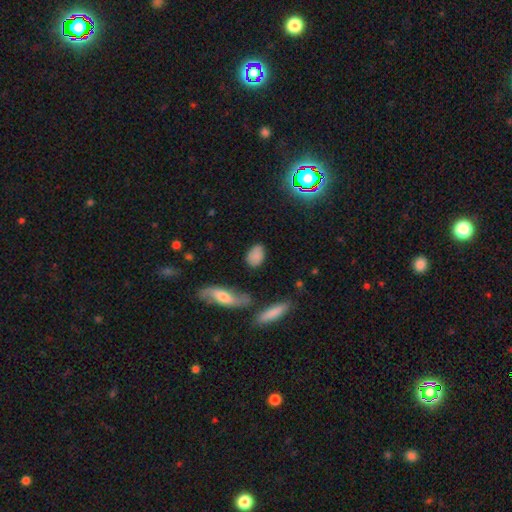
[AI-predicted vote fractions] Q: Smooth or featured?
A: smooth (79%); runner-up: featured or disk (11%)
Q: How rounded?
A: in between (85%); runner-up: round (12%)
Q: Merging?
A: none (72%); runner-up: minor disturbance (18%)